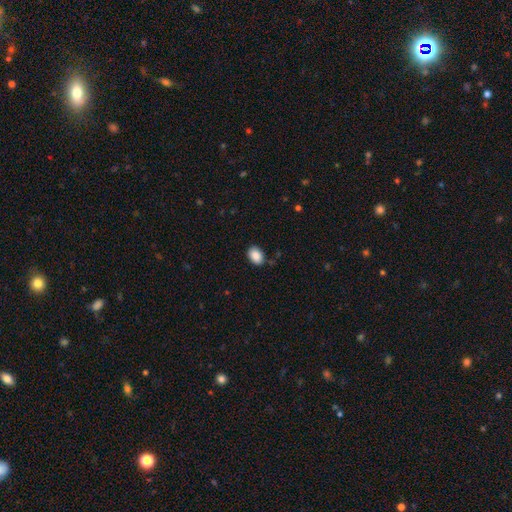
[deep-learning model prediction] Q: Smooth or featured?
A: smooth (88%); runner-up: star or artifact (8%)
Q: How rounded?
A: in between (78%); runner-up: round (21%)
Q: Merging?
A: none (83%); runner-up: minor disturbance (13%)